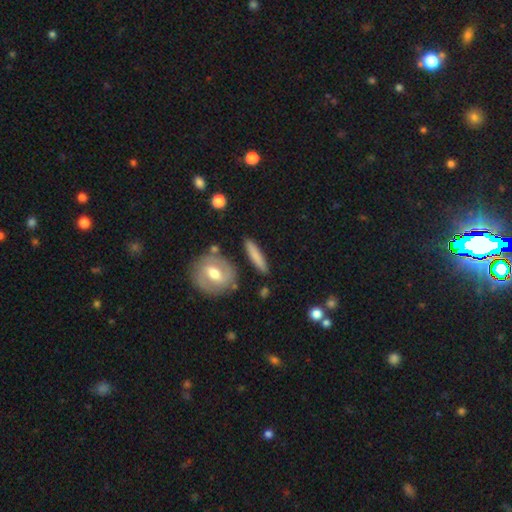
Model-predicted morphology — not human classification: smooth 70%, featured or disk 24%, star or artifact 6%. Down the decision tree: how rounded — cigar-shaped (84%); merging — none (85%).